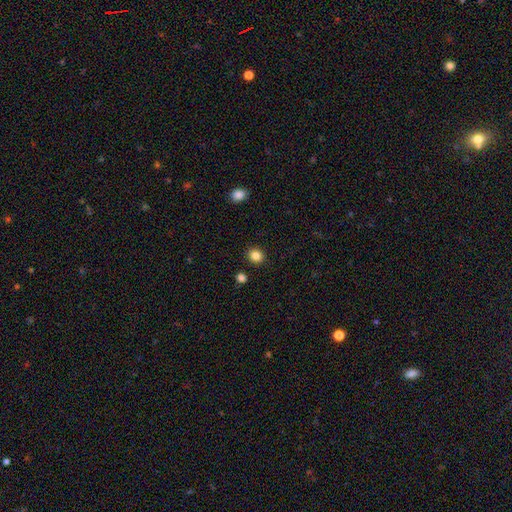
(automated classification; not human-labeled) Smooth or featured? Predicted: smooth (p=0.84). How rounded? Predicted: round (p=0.82). Merging? Predicted: none (p=0.91).